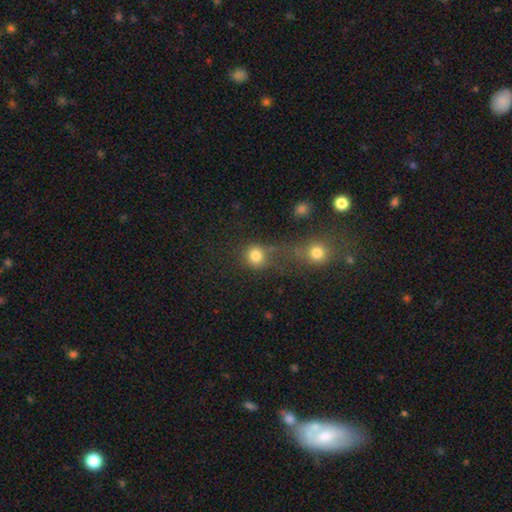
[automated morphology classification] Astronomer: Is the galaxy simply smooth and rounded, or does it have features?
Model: smooth — 82%.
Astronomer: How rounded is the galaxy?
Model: round — 85%.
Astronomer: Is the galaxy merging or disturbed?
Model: none — 54%.